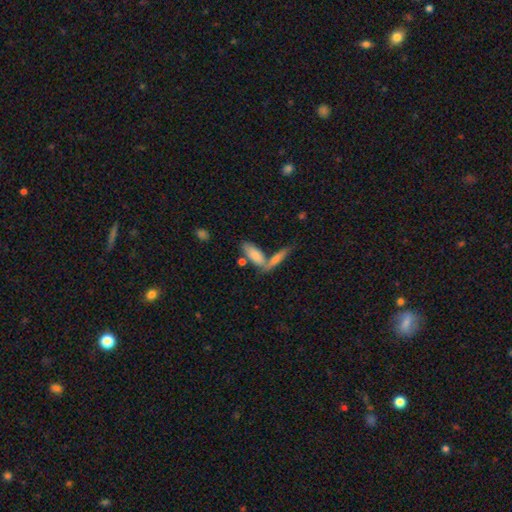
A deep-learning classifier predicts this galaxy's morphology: Smooth or featured: smooth — 75% (featured or disk — 19%)
How rounded: in between — 68% (cigar-shaped — 30%)
Merging: none — 43% (merger — 42%)